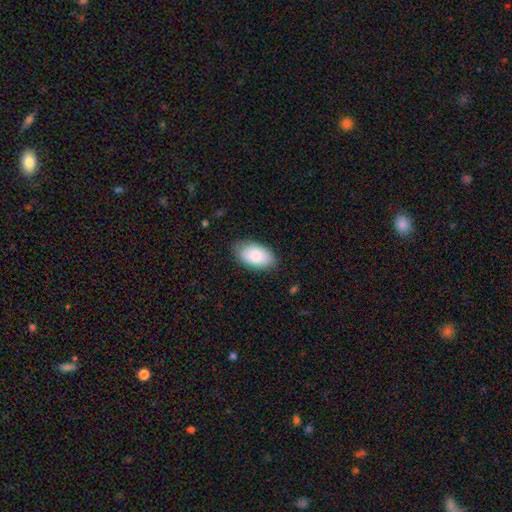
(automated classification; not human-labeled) This appears to be a smooth galaxy with no disk features (84%) that is in between round and cigar-shaped (95%). Merging: none (80%).